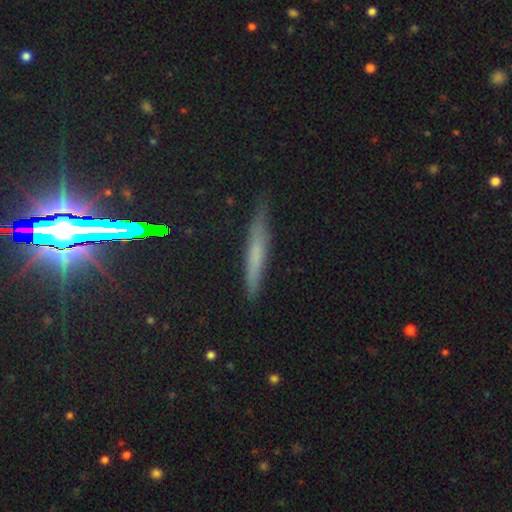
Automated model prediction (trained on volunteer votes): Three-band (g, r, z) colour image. It shows a smooth galaxy with no disk features (48%). Merging: none (85%).